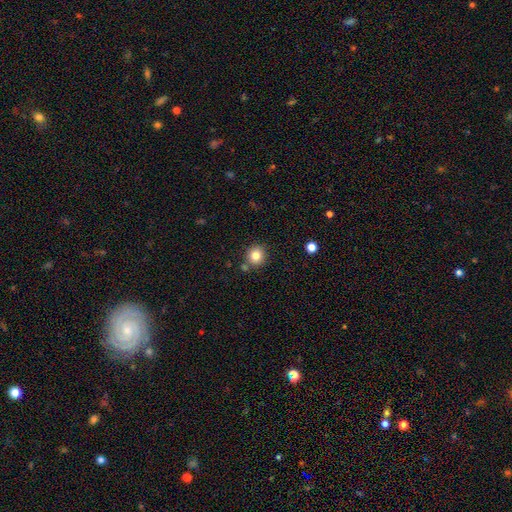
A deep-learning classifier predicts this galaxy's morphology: Smooth or featured? smooth (81%)
How rounded? round (88%)
Merging? none (81%)